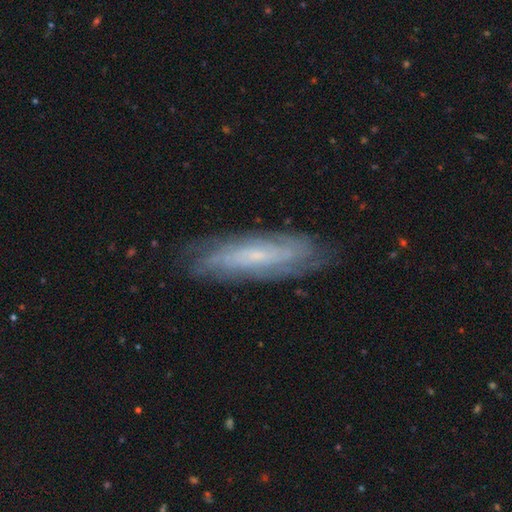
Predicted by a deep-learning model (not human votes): Smooth or featured: featured or disk — 71% (smooth — 22%)
Edge-on disk: no — 71% (yes — 29%)
Merging: none — 81% (minor disturbance — 14%)